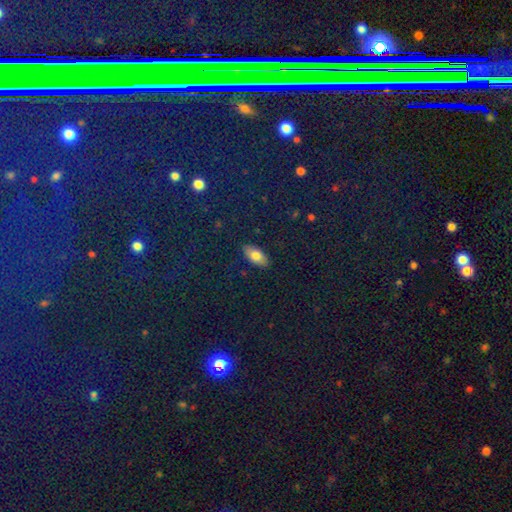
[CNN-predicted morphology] Smooth or featured: smooth — 77% (featured or disk — 14%)
How rounded: in between — 89% (cigar-shaped — 7%)
Merging: none — 88% (minor disturbance — 8%)